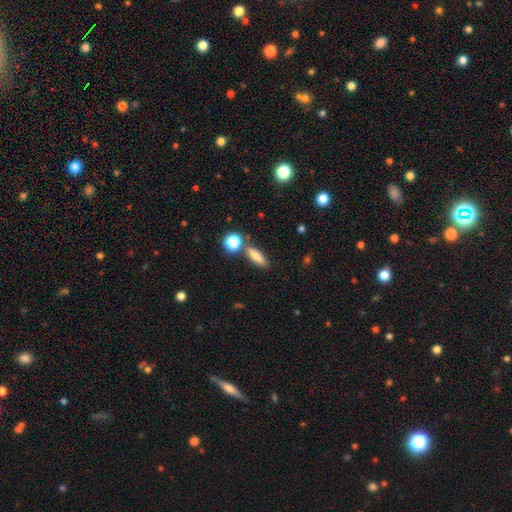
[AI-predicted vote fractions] Smooth or featured?
  - smooth: 81% *
  - star or artifact: 11%
  - featured or disk: 9%
How rounded?
  - cigar-shaped: 48% *
  - in between: 44%
  - round: 8%
Merging?
  - none: 72% *
  - merger: 13%
  - minor disturbance: 12%
  - major disturbance: 4%